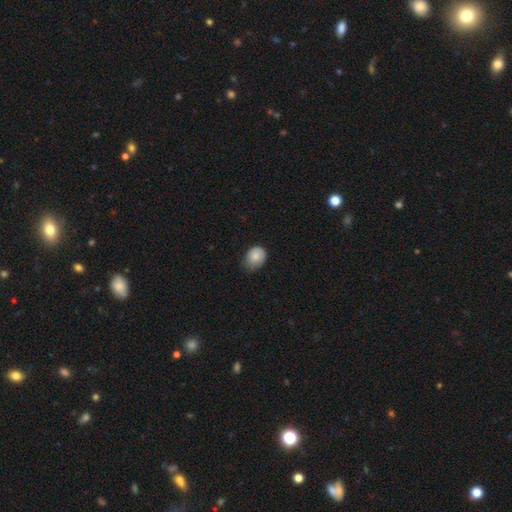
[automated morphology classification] A smooth galaxy with no disk features (84%) that is in between round and cigar-shaped (61%). Merging: none (58%).